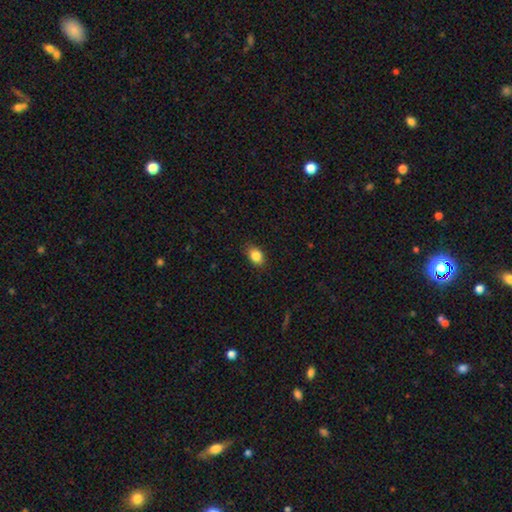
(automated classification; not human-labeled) smooth 86%, star or artifact 9%, featured or disk 5%. Down the decision tree: how rounded — in between (78%); merging — none (86%).